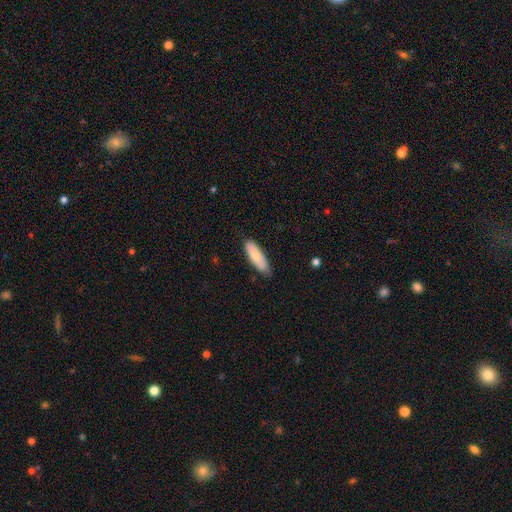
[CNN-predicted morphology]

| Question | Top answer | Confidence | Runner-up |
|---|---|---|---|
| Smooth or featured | smooth | 78% | featured or disk (16%) |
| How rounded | in between | 51% | cigar-shaped (47%) |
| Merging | none | 82% | minor disturbance (14%) |